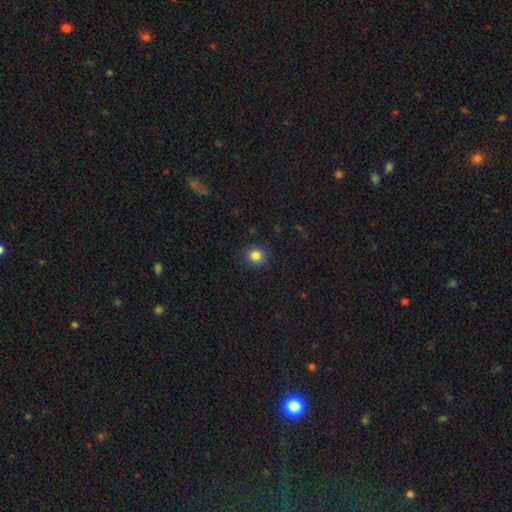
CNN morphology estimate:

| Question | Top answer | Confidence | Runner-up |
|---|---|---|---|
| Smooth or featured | smooth | 84% | star or artifact (11%) |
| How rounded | round | 89% | in between (10%) |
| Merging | none | 91% | minor disturbance (6%) |